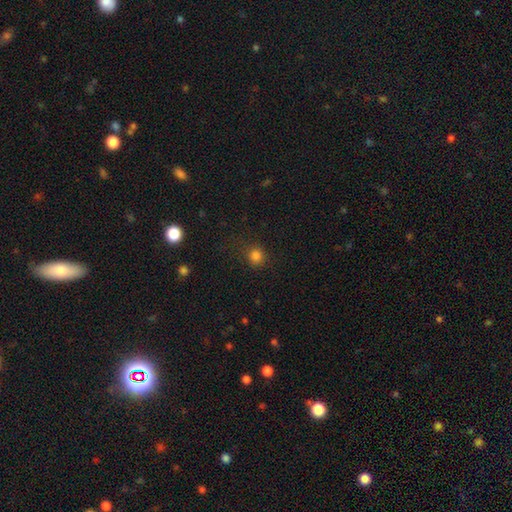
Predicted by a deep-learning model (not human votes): Smooth or featured? Predicted: smooth (p=0.81). How rounded? Predicted: round (p=0.89). Merging? Predicted: none (p=0.83).